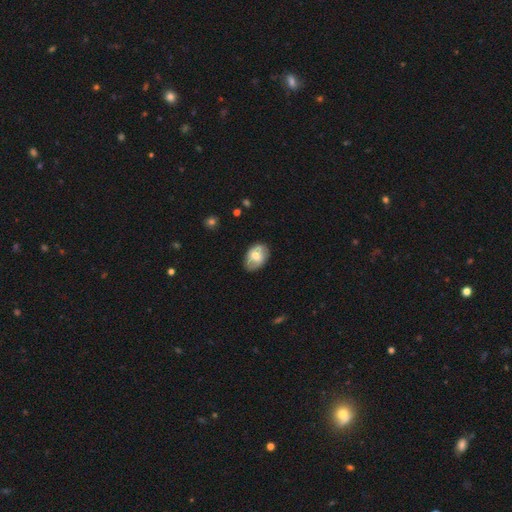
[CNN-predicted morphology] A smooth galaxy with no disk features (62%) that is in between round and cigar-shaped (82%). Merging: none (78%).